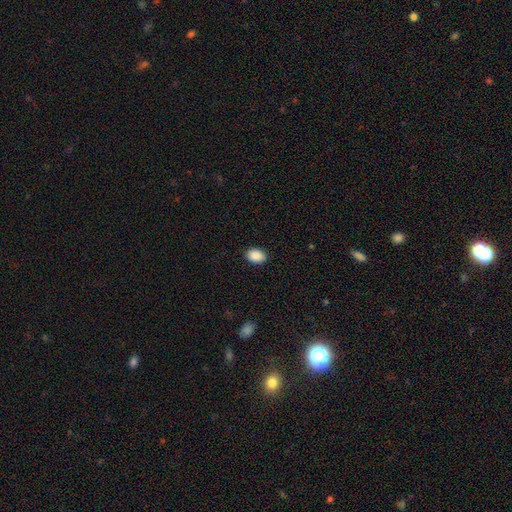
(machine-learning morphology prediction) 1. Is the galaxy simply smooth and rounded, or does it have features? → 90% smooth, 7% star or artifact, 2% featured or disk.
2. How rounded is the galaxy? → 79% in between, 20% round, 1% cigar-shaped.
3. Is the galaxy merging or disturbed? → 89% none, 8% minor disturbance, 2% major disturbance, 1% merger.